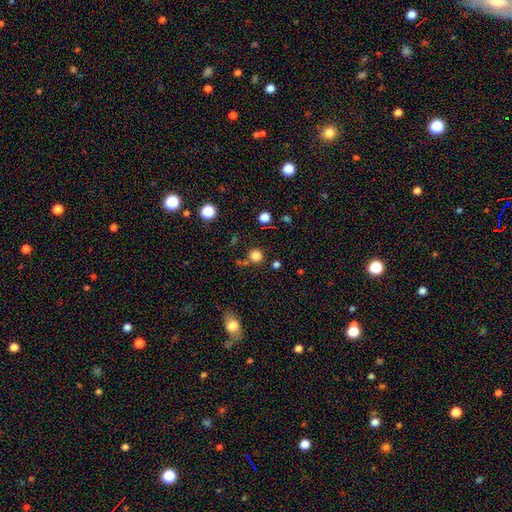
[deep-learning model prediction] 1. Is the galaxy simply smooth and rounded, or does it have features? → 81% smooth, 15% star or artifact, 4% featured or disk.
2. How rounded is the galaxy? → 93% round, 6% in between, 1% cigar-shaped.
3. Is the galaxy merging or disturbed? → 77% none, 10% merger, 9% minor disturbance, 4% major disturbance.